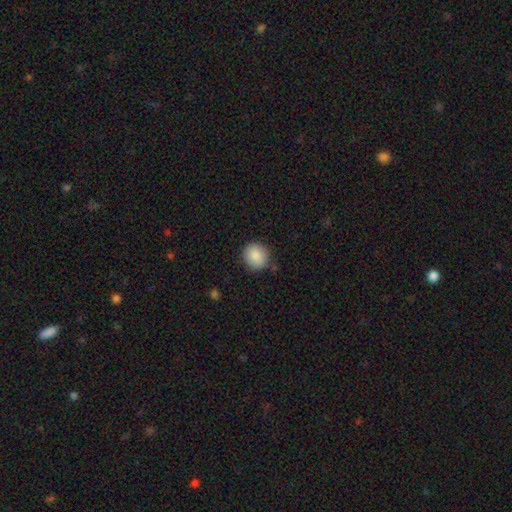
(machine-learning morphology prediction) smooth_or_featured: smooth (p=0.88) [alt: star or artifact p=0.08]
how_rounded: round (p=0.89) [alt: in between p=0.10]
merging: none (p=0.86) [alt: minor disturbance p=0.10]